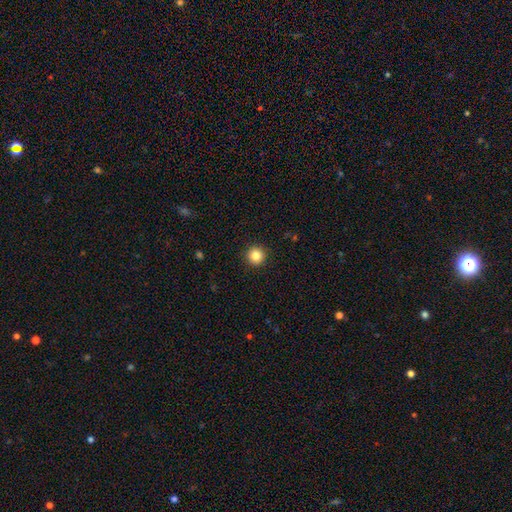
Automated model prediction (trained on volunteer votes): Overall: smooth (85%). How rounded: round (96%). Merging: none (93%).